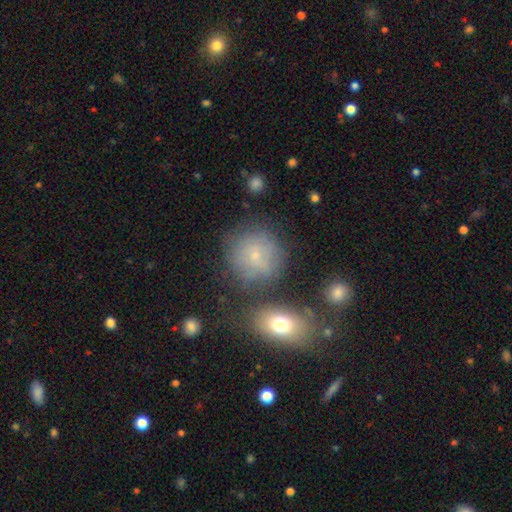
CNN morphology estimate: Smooth or featured? Predicted: smooth (p=0.67). How rounded? Predicted: round (p=0.86). Merging? Predicted: none (p=0.66).